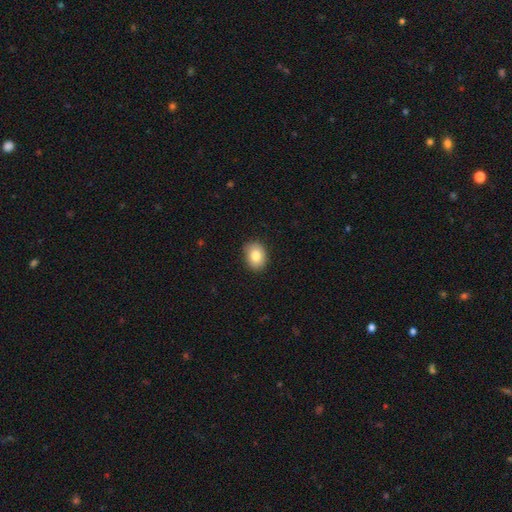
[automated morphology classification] A smooth galaxy with no disk features (83%) that is in between round and cigar-shaped (63%). Merging: none (86%).